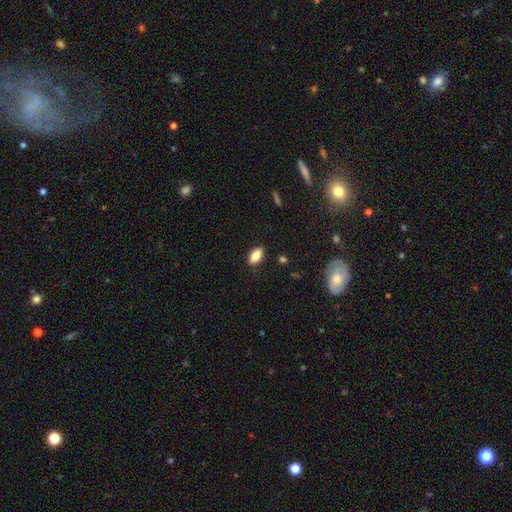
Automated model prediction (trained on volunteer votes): Q: Smooth or featured?
A: smooth (84%); runner-up: star or artifact (8%)
Q: How rounded?
A: in between (90%); runner-up: round (5%)
Q: Merging?
A: none (88%); runner-up: minor disturbance (9%)